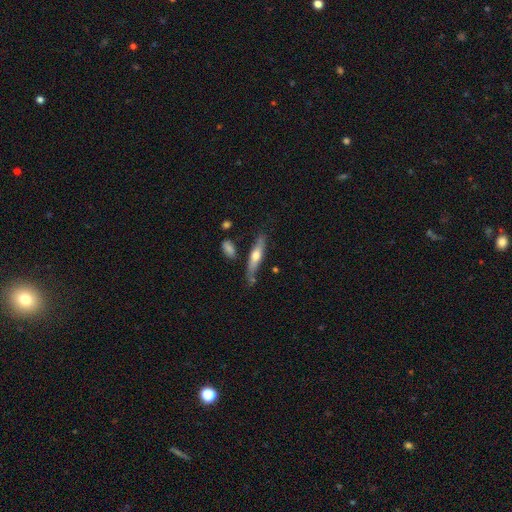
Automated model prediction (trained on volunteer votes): The model was most divided on "smooth or featured": smooth: 50%, featured or disk: 45%, star or artifact: 6%. More confident: merging — none (66%).